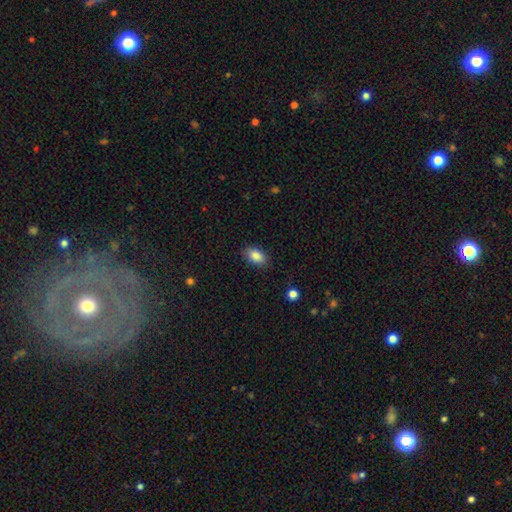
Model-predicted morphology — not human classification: A smooth galaxy with no disk features (88%) that is in between round and cigar-shaped (89%). Merging: none (84%).